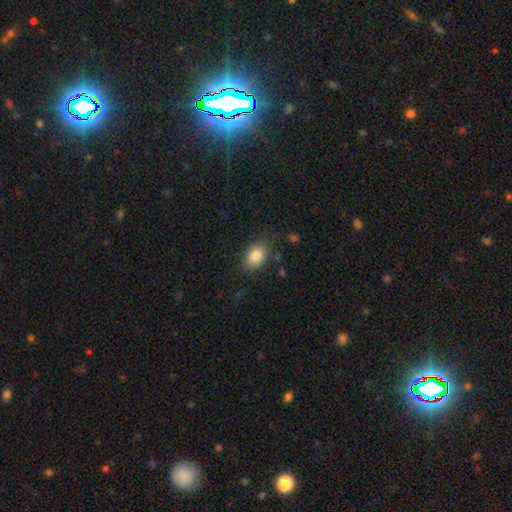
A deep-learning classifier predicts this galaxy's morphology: Smooth or featured? smooth (84%)
How rounded? in between (84%)
Merging? none (77%)